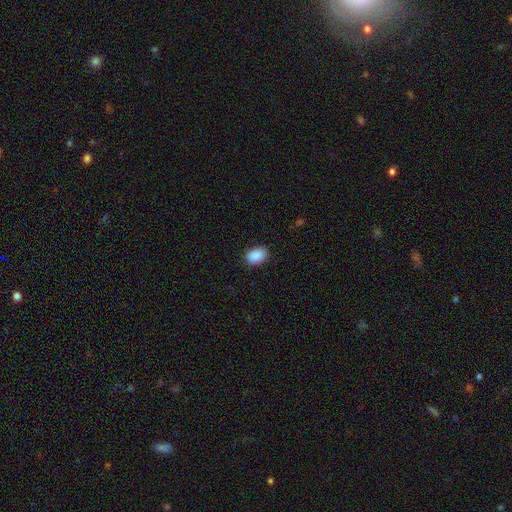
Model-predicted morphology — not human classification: Smooth or featured?
  - smooth: 90% *
  - star or artifact: 7%
  - featured or disk: 3%
How rounded?
  - in between: 82% *
  - round: 17%
  - cigar-shaped: 1%
Merging?
  - none: 87% *
  - minor disturbance: 10%
  - major disturbance: 2%
  - merger: 1%